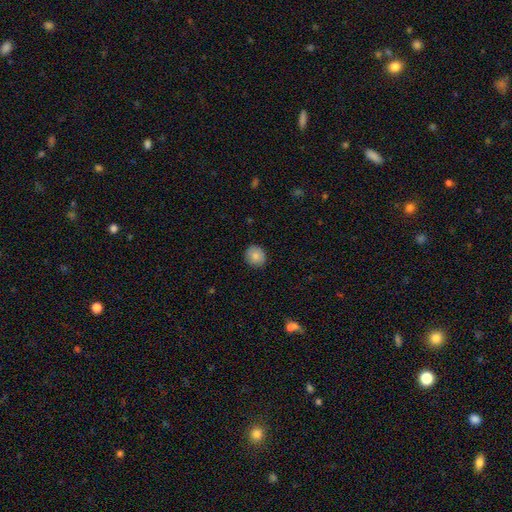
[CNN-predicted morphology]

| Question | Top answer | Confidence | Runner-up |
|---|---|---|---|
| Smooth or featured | smooth | 82% | featured or disk (10%) |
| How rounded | round | 84% | in between (15%) |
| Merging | none | 87% | minor disturbance (10%) |